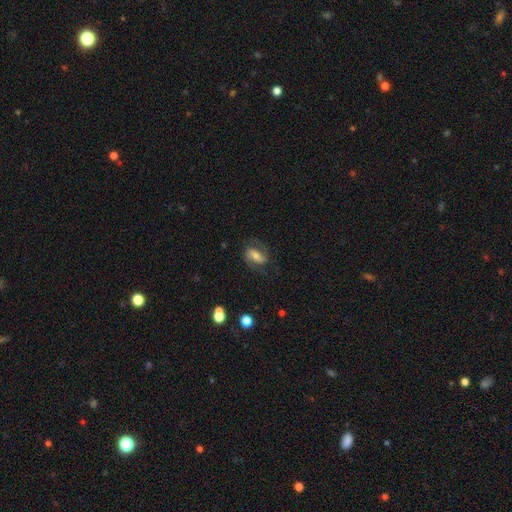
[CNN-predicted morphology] Q: Smooth or featured?
A: featured or disk (64%); runner-up: smooth (28%)
Q: Edge-on disk?
A: no (95%); runner-up: yes (5%)
Q: Bar?
A: strong (39%); runner-up: weak (37%)
Q: Spiral arms?
A: yes (90%); runner-up: no (10%)
Q: Spiral winding?
A: medium (49%); runner-up: loose (28%)
Q: Spiral arm count?
A: 2 (87%); runner-up: can't tell (6%)
Q: Bulge size?
A: moderate (48%); runner-up: small (34%)
Q: Merging?
A: none (71%); runner-up: minor disturbance (17%)